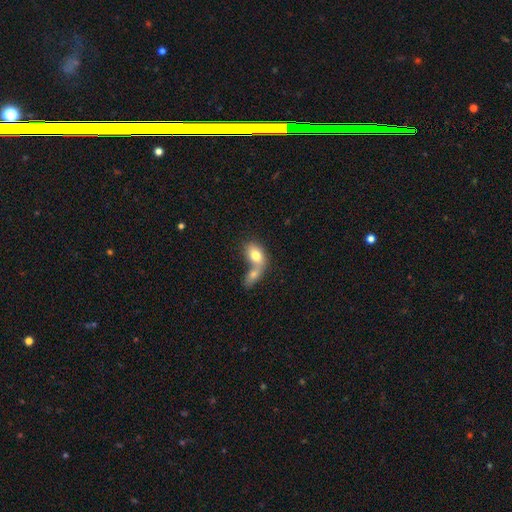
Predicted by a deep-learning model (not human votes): Smooth or featured: smooth — 76% (featured or disk — 17%)
How rounded: in between — 81% (round — 16%)
Merging: merger — 74% (none — 15%)